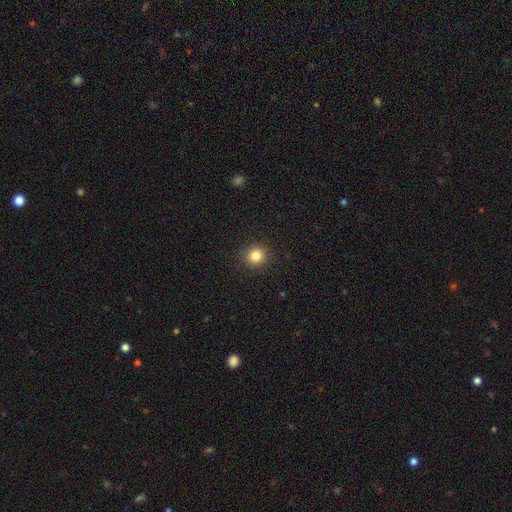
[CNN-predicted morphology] A smooth galaxy with no disk features (84%) that is round (90%).

Vote fractions:
- Smooth or featured? smooth: 84% / star or artifact: 12% / featured or disk: 5%
- How rounded? round: 90% / in between: 9% / cigar-shaped: 1%
- Merging? none: 92% / minor disturbance: 5% / major disturbance: 2% / merger: 1%